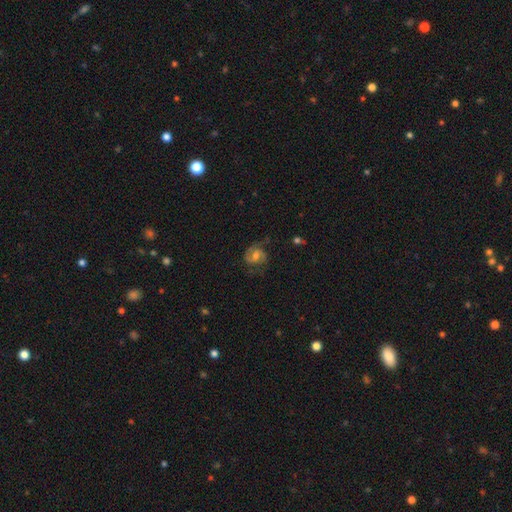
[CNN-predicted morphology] smooth_or_featured: featured or disk (p=0.73) [alt: smooth p=0.18]
disk_edge_on: no (p=0.97) [alt: yes p=0.03]
bar: no (p=0.46) [alt: weak p=0.43]
has_spiral_arms: yes (p=0.94) [alt: no p=0.06]
spiral_winding: medium (p=0.50) [alt: tight p=0.29]
spiral_arm_count: 2 (p=0.81) [alt: can't tell p=0.08]
bulge_size: moderate (p=0.56) [alt: small p=0.29]
merging: none (p=0.65) [alt: minor disturbance p=0.19]